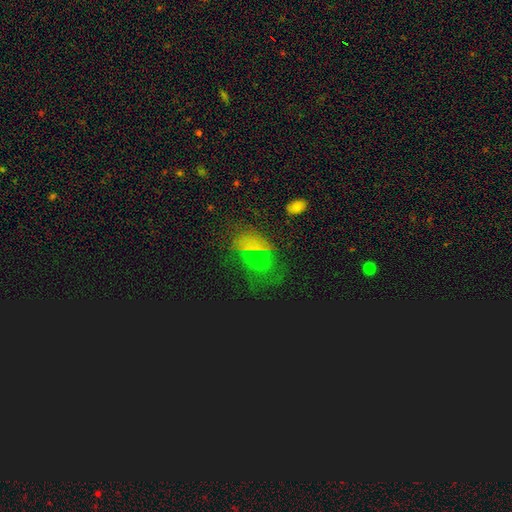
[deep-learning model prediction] star or artifact 49%, smooth 34%, featured or disk 17%.